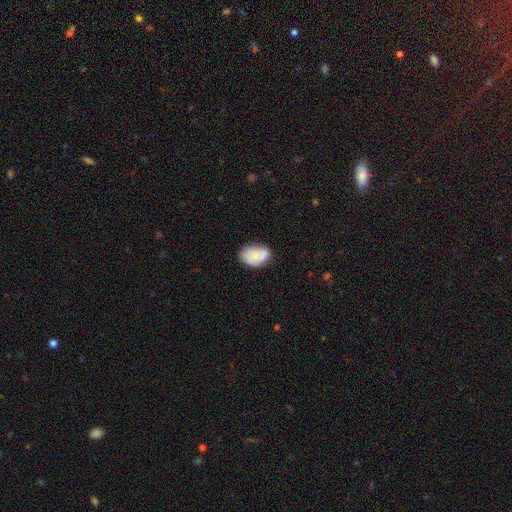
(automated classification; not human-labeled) A smooth galaxy with no disk features (68%) that is in between round and cigar-shaped (82%). Merging: none (61%).